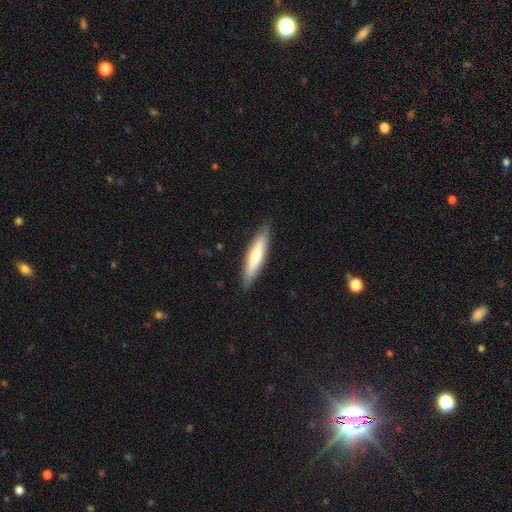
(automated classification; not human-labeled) Smooth or featured?
  - smooth: 59% *
  - featured or disk: 35%
  - star or artifact: 6%
How rounded?
  - cigar-shaped: 81% *
  - in between: 18%
  - round: 1%
Merging?
  - none: 89% *
  - minor disturbance: 9%
  - major disturbance: 2%
  - merger: 1%